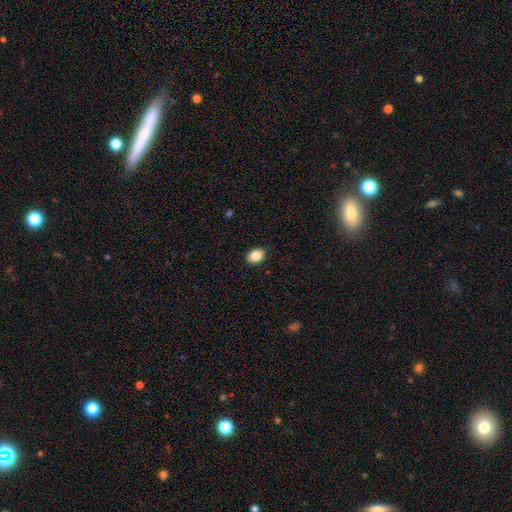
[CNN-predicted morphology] smooth 85%, star or artifact 8%, featured or disk 6%. Down the decision tree: how rounded — in between (76%); merging — none (90%).